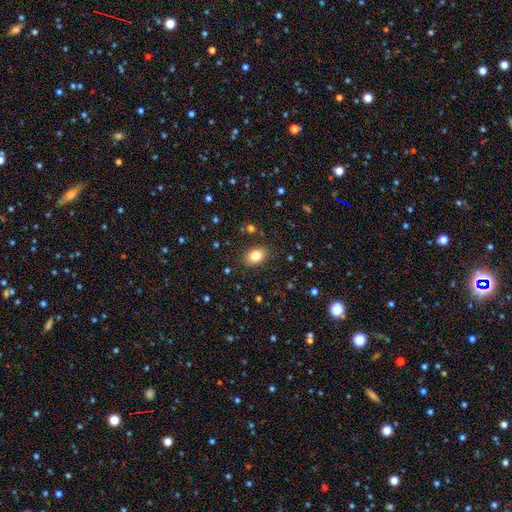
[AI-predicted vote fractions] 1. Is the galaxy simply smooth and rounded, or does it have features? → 82% smooth, 9% star or artifact, 9% featured or disk.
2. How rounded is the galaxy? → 79% in between, 20% round, 1% cigar-shaped.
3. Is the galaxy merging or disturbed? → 85% none, 10% minor disturbance, 3% major disturbance, 2% merger.